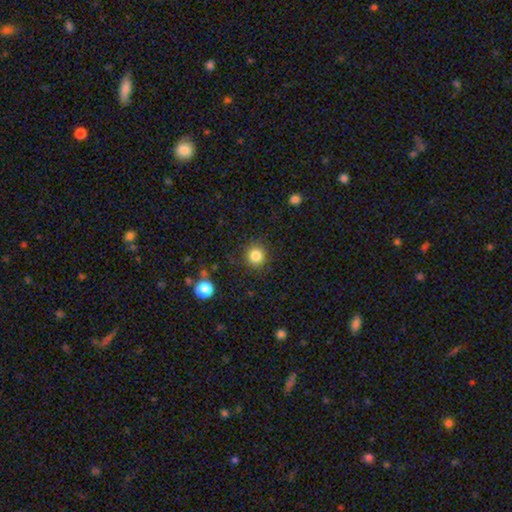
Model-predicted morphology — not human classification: This appears to be a smooth galaxy with no disk features (84%) that is round (92%). Merging: none (88%).